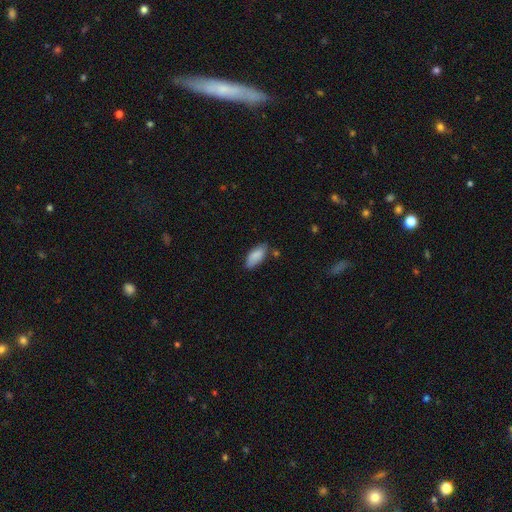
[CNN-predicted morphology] Smooth or featured? Predicted: smooth (p=0.86). How rounded? Predicted: in between (p=0.87). Merging? Predicted: none (p=0.69).